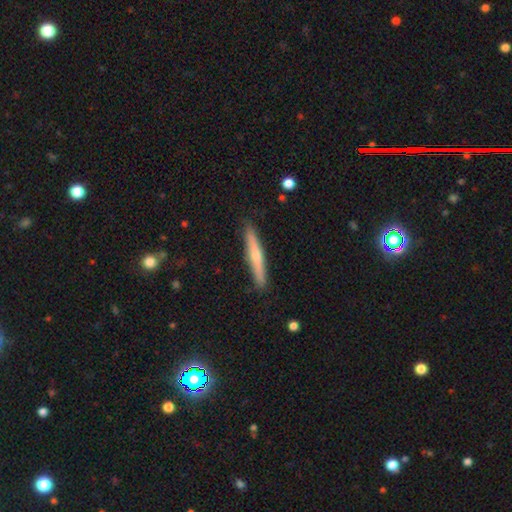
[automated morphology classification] smooth 48%, featured or disk 46%, star or artifact 6%. Down the decision tree: merging — none (90%).